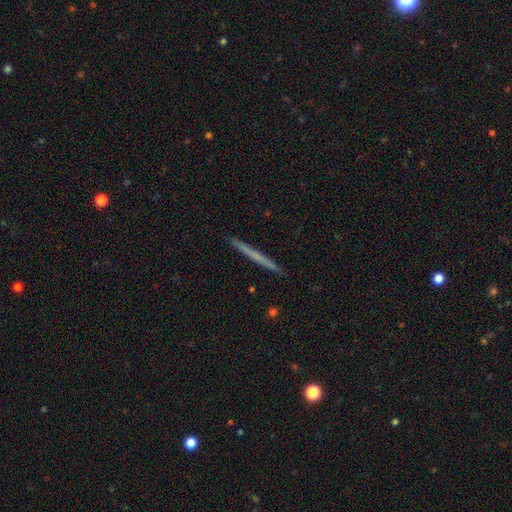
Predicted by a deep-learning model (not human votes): Smooth or featured? Predicted: smooth (p=0.51). How rounded? Predicted: cigar-shaped (p=0.97). Merging? Predicted: none (p=0.93).